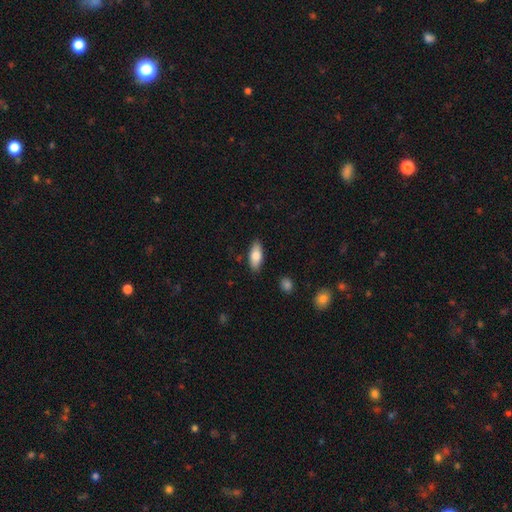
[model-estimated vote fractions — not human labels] A smooth galaxy with no disk features (79%) that is in between round and cigar-shaped (82%).

Vote fractions:
- Smooth or featured? smooth: 79% / featured or disk: 14% / star or artifact: 6%
- How rounded? in between: 82% / cigar-shaped: 16% / round: 2%
- Merging? none: 86% / minor disturbance: 11% / major disturbance: 2% / merger: 1%